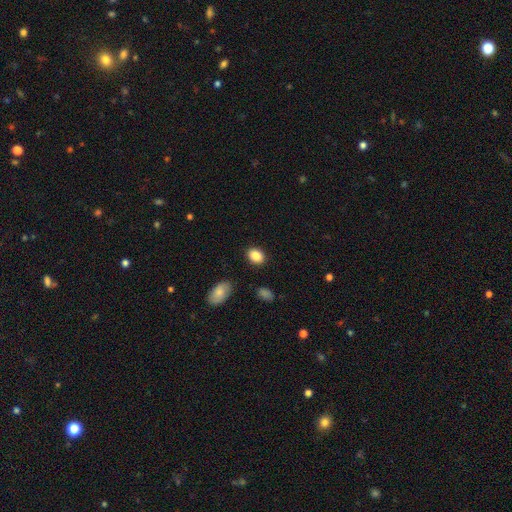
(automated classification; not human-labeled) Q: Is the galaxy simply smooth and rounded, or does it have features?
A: smooth — 87%.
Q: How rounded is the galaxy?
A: in between — 68%.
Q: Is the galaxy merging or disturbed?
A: none — 87%.